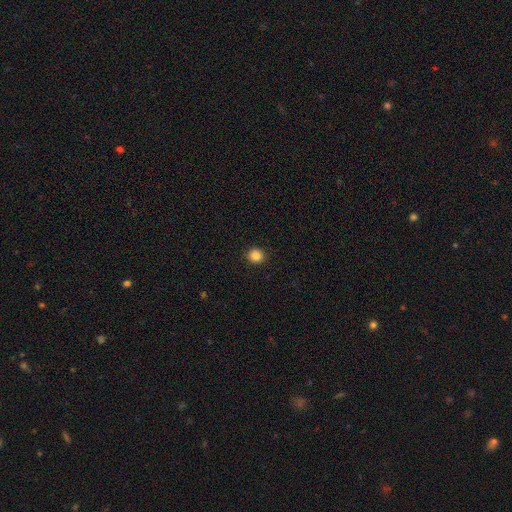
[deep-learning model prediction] A smooth galaxy with no disk features (86%) that is round (90%). Merging: none (92%).